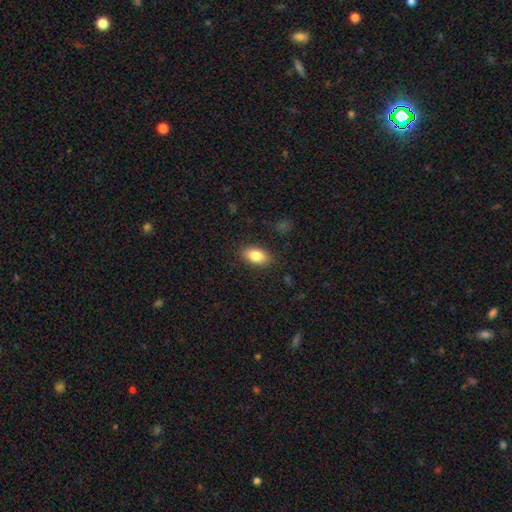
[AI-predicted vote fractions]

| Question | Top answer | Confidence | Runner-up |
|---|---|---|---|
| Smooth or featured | smooth | 85% | featured or disk (8%) |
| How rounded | in between | 92% | round (5%) |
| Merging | none | 87% | minor disturbance (10%) |